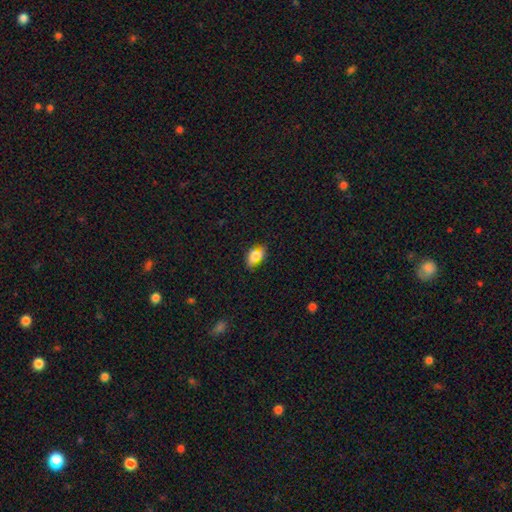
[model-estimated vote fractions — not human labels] Overall: smooth (68%). How rounded: in between (81%). Merging: none (59%; minor disturbance 27%).